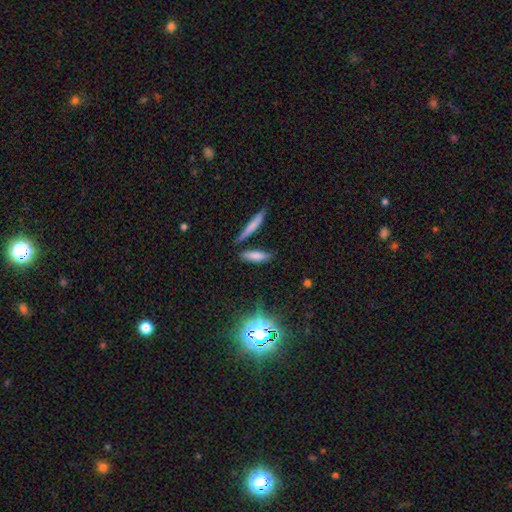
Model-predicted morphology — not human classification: The model was most divided on "how rounded": cigar-shaped: 64%, in between: 33%, round: 3%. More confident: smooth or featured — smooth (76%); merging — none (75%).